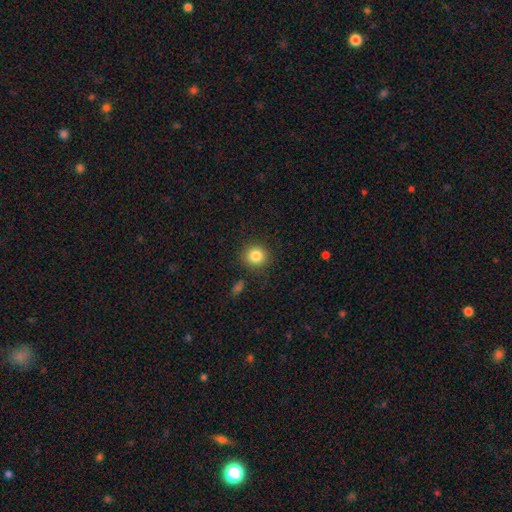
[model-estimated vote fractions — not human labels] Smooth or featured: smooth — 84% (star or artifact — 10%)
How rounded: round — 88% (in between — 11%)
Merging: none — 87% (minor disturbance — 8%)